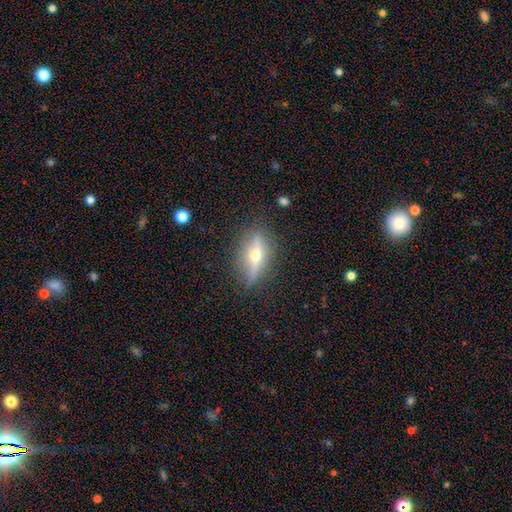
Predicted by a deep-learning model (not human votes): This appears to be a featured or disk galaxy (71%) viewed edge-on (87%) with a rounded central bulge (95%). Merging: none (82%).